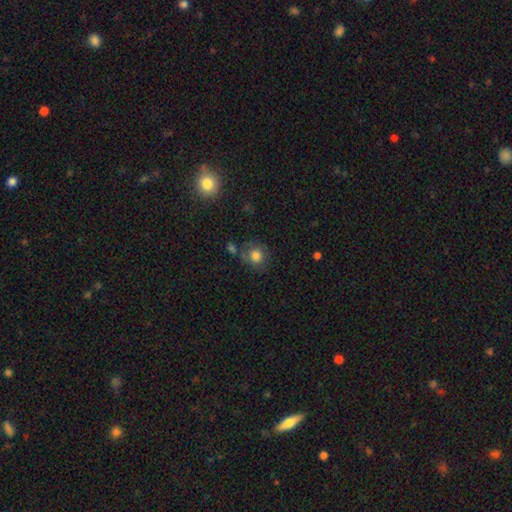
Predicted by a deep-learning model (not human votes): Overall: smooth (80%). How rounded: round (85%). Merging: none (68%).